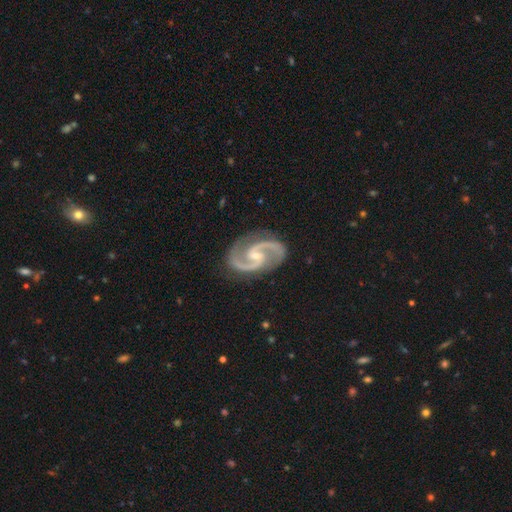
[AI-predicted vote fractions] Q: Smooth or featured?
A: featured or disk (94%); runner-up: star or artifact (4%)
Q: Edge-on disk?
A: no (98%); runner-up: yes (2%)
Q: Bar?
A: no (43%); runner-up: weak (42%)
Q: Spiral arms?
A: yes (99%); runner-up: no (1%)
Q: Spiral winding?
A: medium (67%); runner-up: tight (17%)
Q: Spiral arm count?
A: 2 (95%); runner-up: can't tell (1%)
Q: Bulge size?
A: small (65%); runner-up: moderate (28%)
Q: Merging?
A: none (85%); runner-up: minor disturbance (11%)